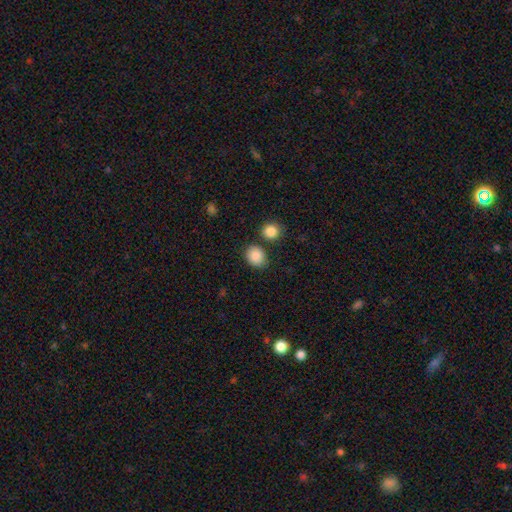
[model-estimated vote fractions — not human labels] This is clearly a smooth galaxy (86%). How rounded: possibly round (54%). Merging: likely none (78%).